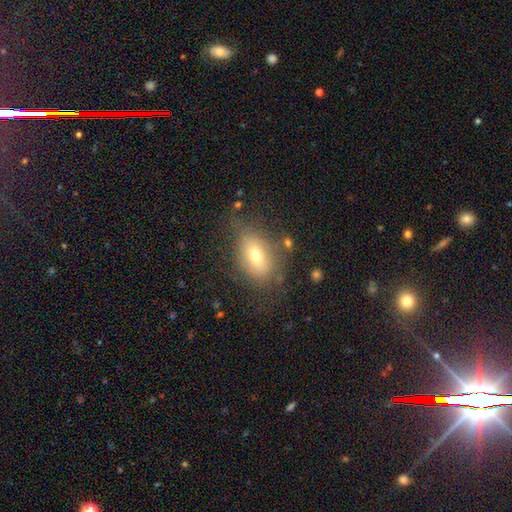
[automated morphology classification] Q: Smooth or featured?
A: smooth (64%); runner-up: featured or disk (23%)
Q: How rounded?
A: in between (80%); runner-up: round (17%)
Q: Merging?
A: none (65%); runner-up: minor disturbance (22%)